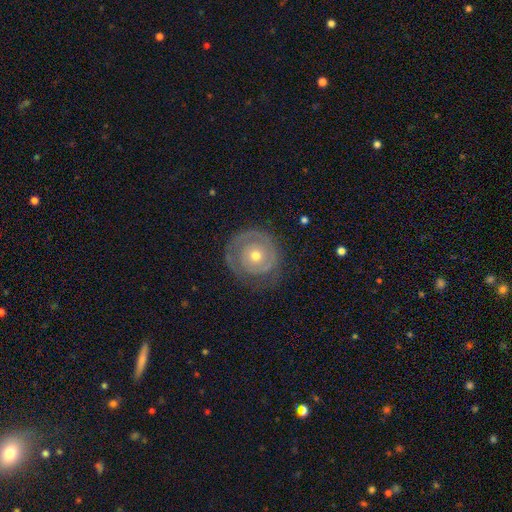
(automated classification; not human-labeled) This appears to be a featured or disk galaxy (66%) with no bar (88%), spiral arms (62%) and a moderate central bulge (57%). Merging: none (68%).